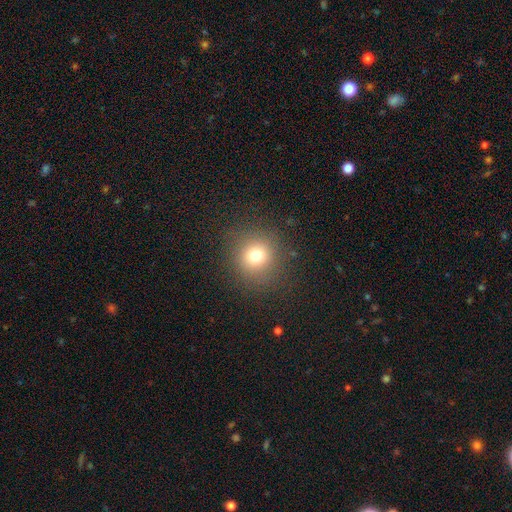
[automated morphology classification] Smooth or featured: smooth — 74% (star or artifact — 17%)
How rounded: round — 92% (in between — 7%)
Merging: none — 87% (minor disturbance — 7%)